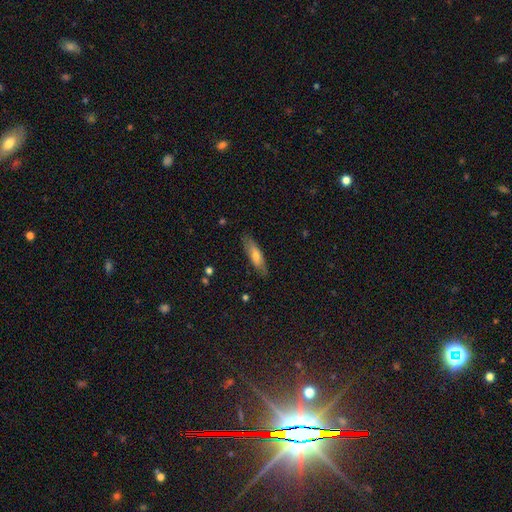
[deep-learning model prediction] A smooth galaxy with no disk features (61%) that is cigar-shaped (59%). Merging: none (80%).